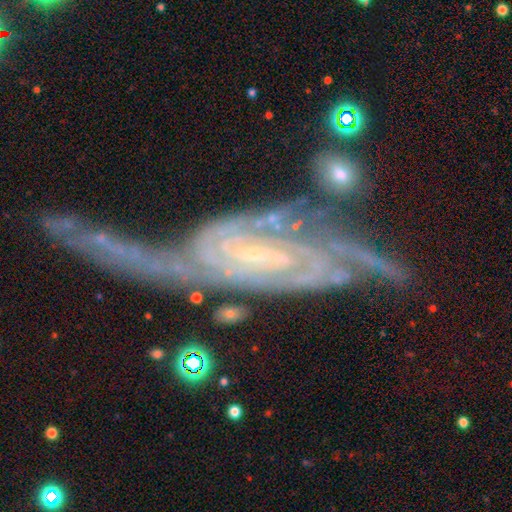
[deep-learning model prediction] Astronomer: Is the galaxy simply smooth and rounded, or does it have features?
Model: featured or disk — 88%.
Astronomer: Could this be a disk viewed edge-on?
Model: no — 91%.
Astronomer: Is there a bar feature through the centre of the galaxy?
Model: weak — 40% (runner-up: no, 33%).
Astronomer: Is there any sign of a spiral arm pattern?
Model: yes — 97%.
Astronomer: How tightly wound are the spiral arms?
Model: tight — 48% (runner-up: medium, 38%).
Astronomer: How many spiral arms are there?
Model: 2 — 46%.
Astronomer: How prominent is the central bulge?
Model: small — 79%.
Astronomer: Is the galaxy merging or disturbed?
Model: none — 41% (runner-up: major disturbance, 24%).